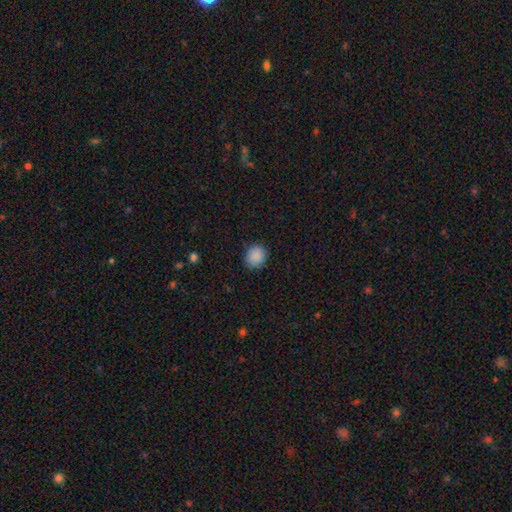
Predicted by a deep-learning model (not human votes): Smooth or featured: smooth — 89% (star or artifact — 8%)
How rounded: round — 78% (in between — 21%)
Merging: none — 87% (minor disturbance — 10%)